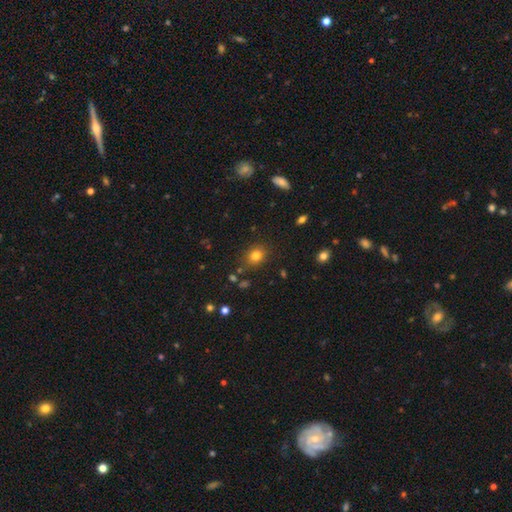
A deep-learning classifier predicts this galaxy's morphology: type=smooth (80%); roundness=round (63%); merging=none (83%).